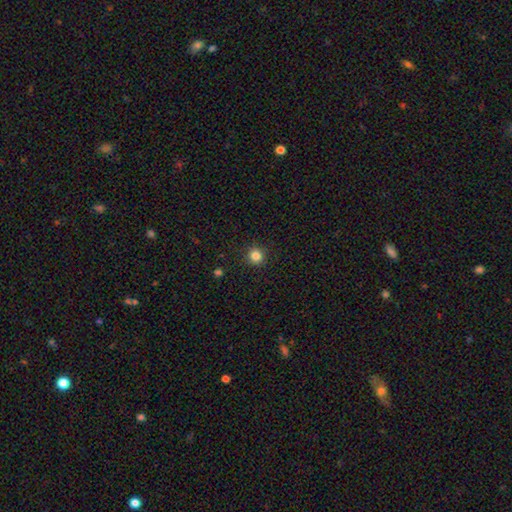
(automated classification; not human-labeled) A smooth galaxy with no disk features (83%) that is round (93%). Merging: none (91%).